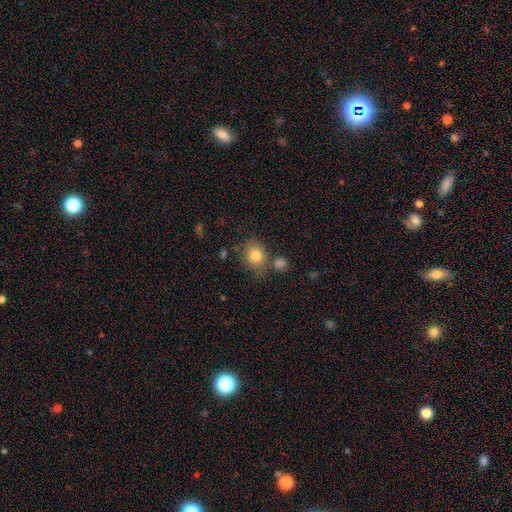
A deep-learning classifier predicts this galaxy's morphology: Smooth or featured: smooth — 81% (star or artifact — 11%)
How rounded: round — 72% (in between — 27%)
Merging: none — 70% (minor disturbance — 14%)